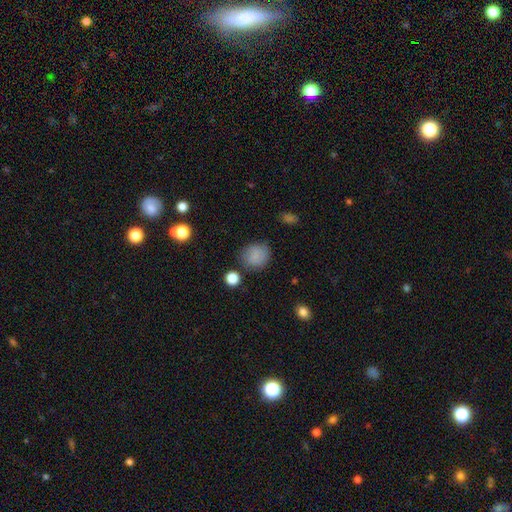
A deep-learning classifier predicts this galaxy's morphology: smooth-or-featured: smooth: 80% | star or artifact: 10% | featured or disk: 10%
  how-rounded: round: 77% | in between: 22% | cigar-shaped: 1%
  merging: none: 80% | minor disturbance: 14% | major disturbance: 4% | merger: 3%